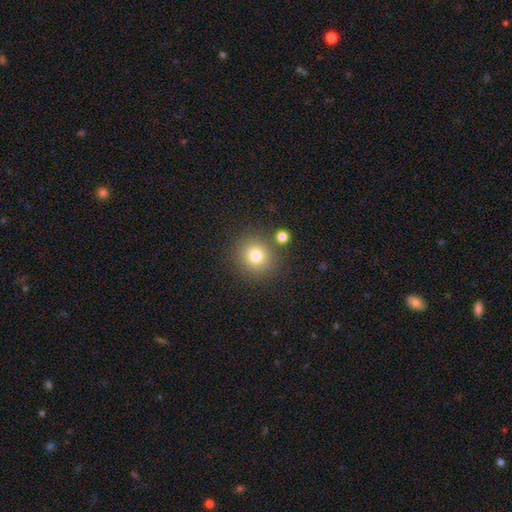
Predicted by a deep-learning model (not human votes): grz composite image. It shows a smooth galaxy with no disk features (78%) that is round (90%). Merging: none (82%).